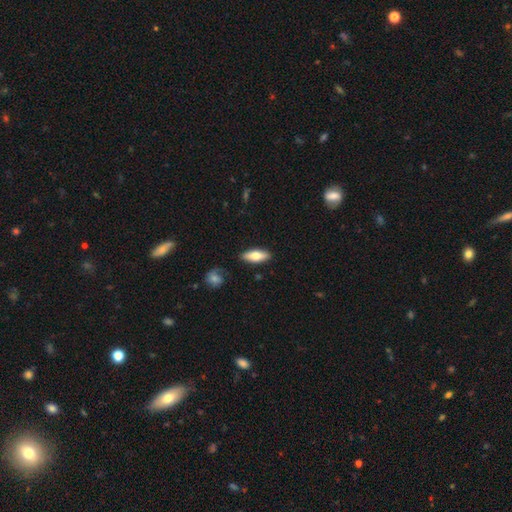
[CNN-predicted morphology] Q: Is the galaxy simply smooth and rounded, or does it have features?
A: smooth — 71%.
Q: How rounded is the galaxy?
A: in between — 71%.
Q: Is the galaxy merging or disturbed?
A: none — 86%.